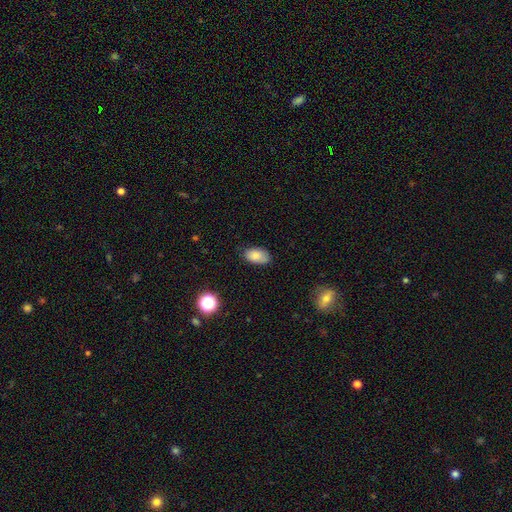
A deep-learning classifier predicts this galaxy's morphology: Q: Smooth or featured?
A: smooth (82%); runner-up: featured or disk (10%)
Q: How rounded?
A: in between (93%); runner-up: round (6%)
Q: Merging?
A: none (76%); runner-up: minor disturbance (20%)